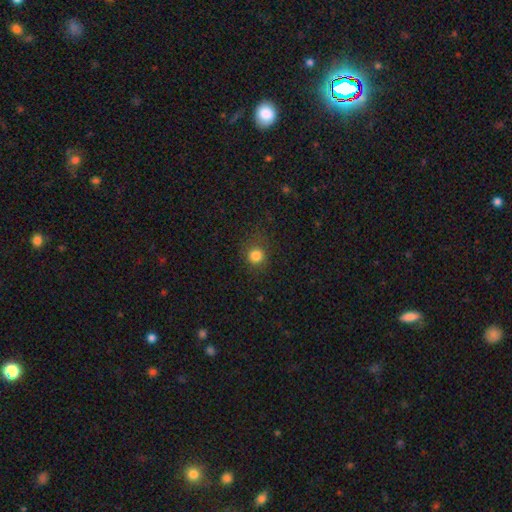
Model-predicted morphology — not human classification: Q: Smooth or featured?
A: smooth (82%); runner-up: star or artifact (13%)
Q: How rounded?
A: round (90%); runner-up: in between (9%)
Q: Merging?
A: none (82%); runner-up: minor disturbance (12%)